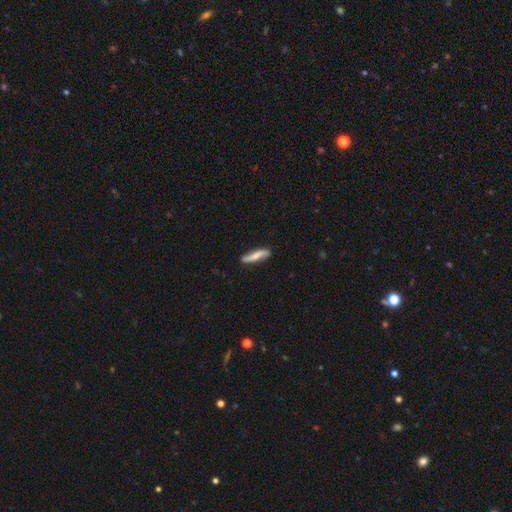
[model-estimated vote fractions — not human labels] This is possibly a featured or disk galaxy (48%). Merging: clearly none (82%).